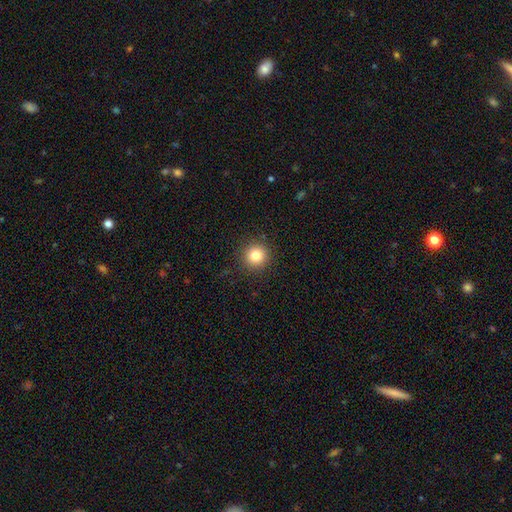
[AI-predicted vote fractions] Q: Smooth or featured?
A: smooth (83%); runner-up: star or artifact (11%)
Q: How rounded?
A: round (94%); runner-up: in between (5%)
Q: Merging?
A: none (91%); runner-up: minor disturbance (6%)